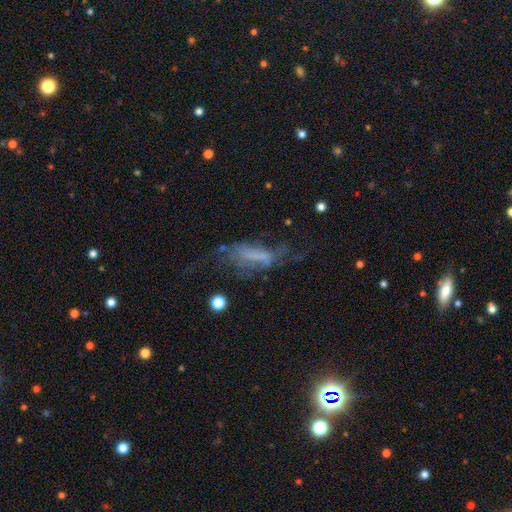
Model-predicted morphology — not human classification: smooth_or_featured: featured or disk (p=0.48) [alt: smooth p=0.35]
merging: major disturbance (p=0.41) [alt: none p=0.32]